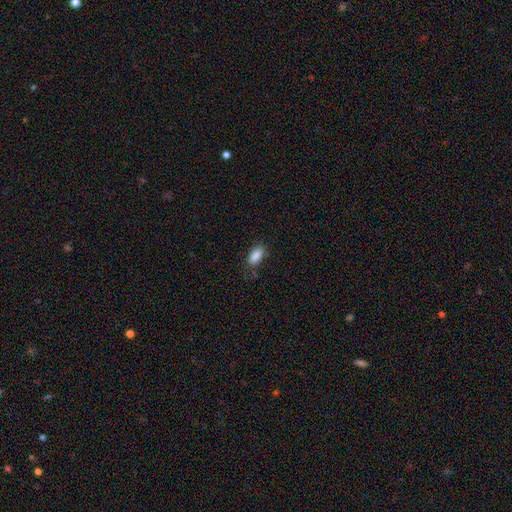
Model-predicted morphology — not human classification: Overall: smooth (88%). How rounded: in between (91%). Merging: none (81%).